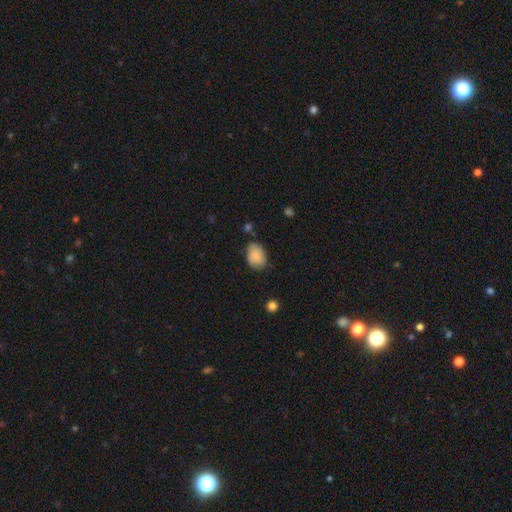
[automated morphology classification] A smooth galaxy with no disk features (83%) that is in between round and cigar-shaped (75%).

Vote fractions:
- Smooth or featured? smooth: 83% / featured or disk: 9% / star or artifact: 7%
- How rounded? in between: 75% / round: 24% / cigar-shaped: 1%
- Merging? none: 68% / minor disturbance: 25% / major disturbance: 5% / merger: 3%